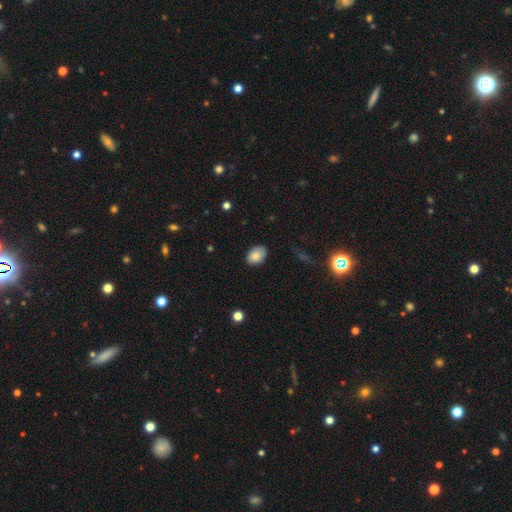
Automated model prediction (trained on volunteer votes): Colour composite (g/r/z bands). It shows a smooth galaxy with no disk features (83%) that is in between round and cigar-shaped (84%). Merging: none (81%).